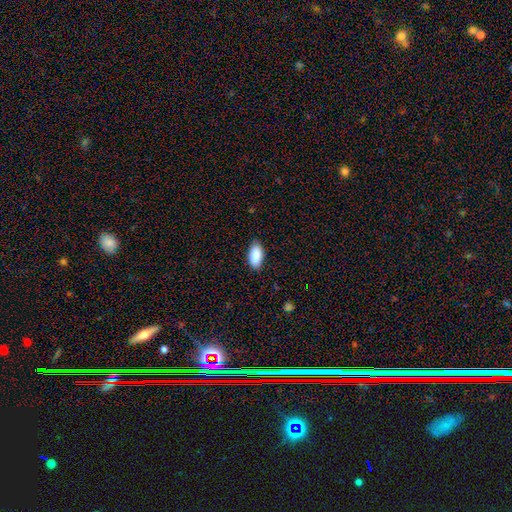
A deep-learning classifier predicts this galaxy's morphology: Smooth or featured?
  - smooth: 90% *
  - star or artifact: 6%
  - featured or disk: 4%
How rounded?
  - in between: 94% *
  - cigar-shaped: 4%
  - round: 2%
Merging?
  - none: 85% *
  - minor disturbance: 12%
  - major disturbance: 2%
  - merger: 1%